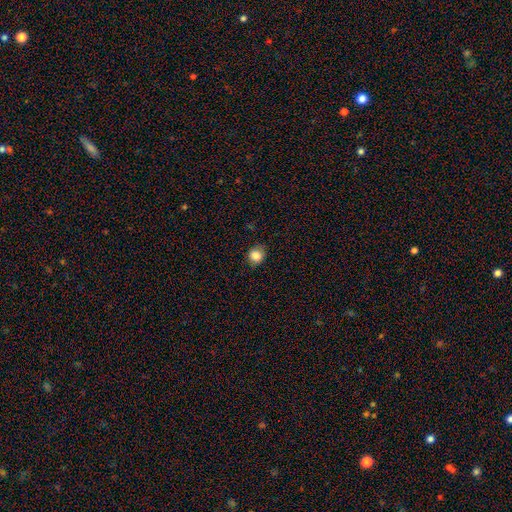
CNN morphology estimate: smooth_or_featured: smooth (p=0.85) [alt: star or artifact p=0.10]
how_rounded: round (p=0.78) [alt: in between p=0.22]
merging: none (p=0.82) [alt: minor disturbance p=0.14]